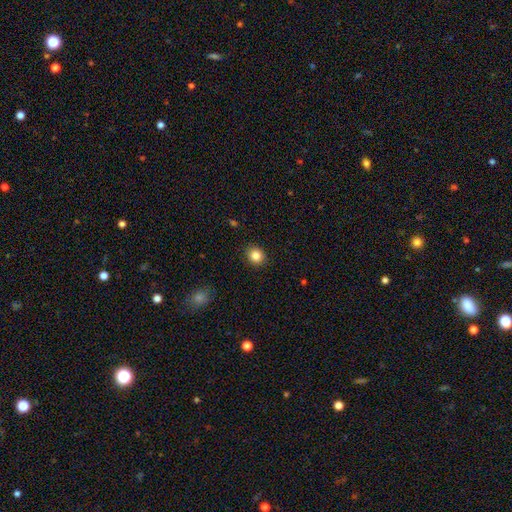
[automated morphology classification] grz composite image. It shows a smooth galaxy with no disk features (85%) that is round (77%). Merging: none (90%).